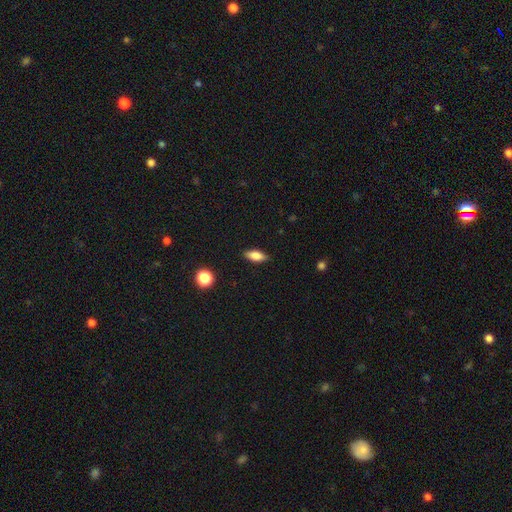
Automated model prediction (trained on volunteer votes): A smooth galaxy with no disk features (75%) that is in between round and cigar-shaped (75%). Merging: none (87%).